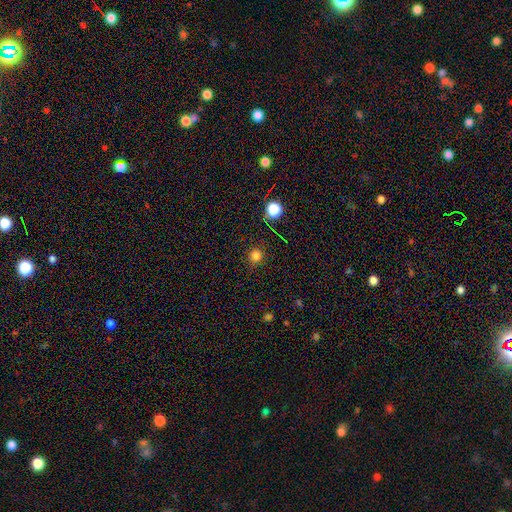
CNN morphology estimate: smooth_or_featured: smooth (p=0.78) [alt: star or artifact p=0.17]
how_rounded: round (p=0.90) [alt: in between p=0.09]
merging: none (p=0.89) [alt: minor disturbance p=0.07]